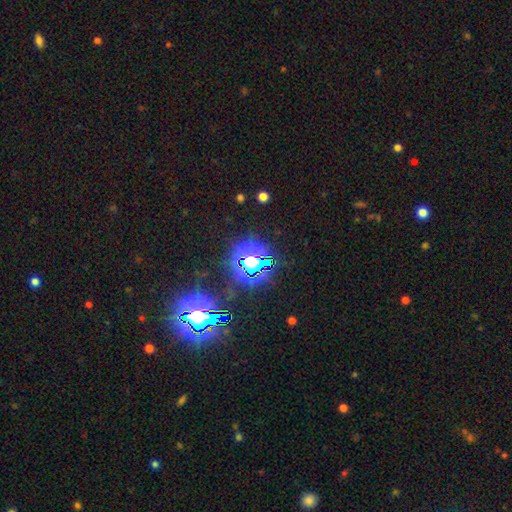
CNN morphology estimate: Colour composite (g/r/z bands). It shows a star or artifact, not a galaxy (76%).